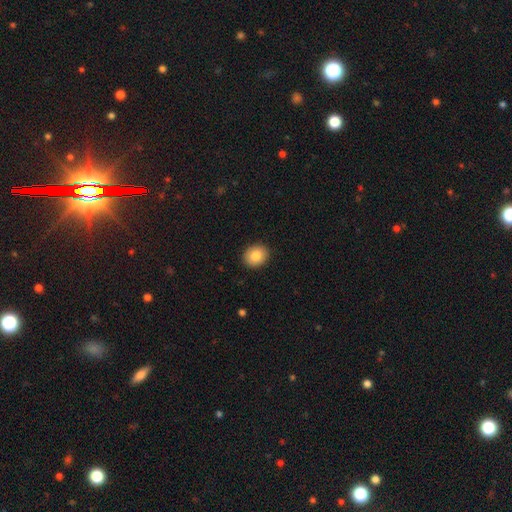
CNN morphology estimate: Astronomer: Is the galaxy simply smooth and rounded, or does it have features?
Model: smooth — 84%.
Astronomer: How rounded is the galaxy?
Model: round — 63%.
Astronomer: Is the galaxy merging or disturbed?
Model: none — 91%.